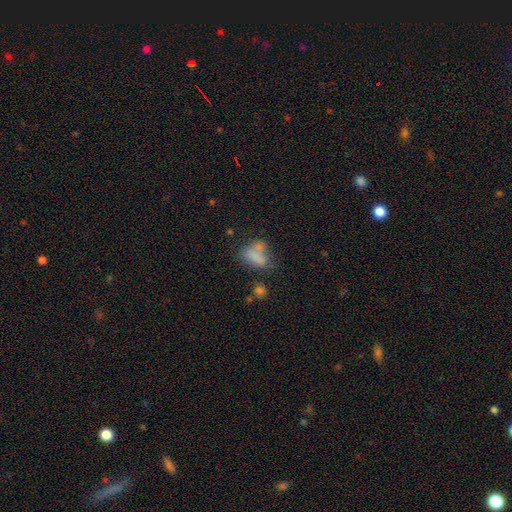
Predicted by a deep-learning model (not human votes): smooth 71%, featured or disk 16%, star or artifact 13%. Down the decision tree: how rounded — in between (81%); merging — none (33%).